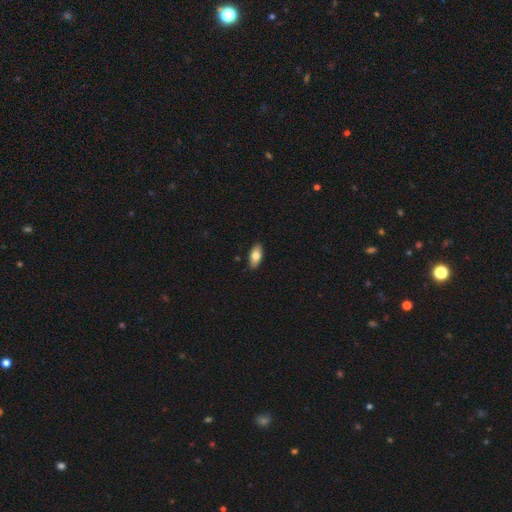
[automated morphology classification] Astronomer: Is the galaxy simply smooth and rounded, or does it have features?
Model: smooth — 78%.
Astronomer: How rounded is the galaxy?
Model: in between — 89%.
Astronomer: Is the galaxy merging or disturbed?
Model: none — 89%.